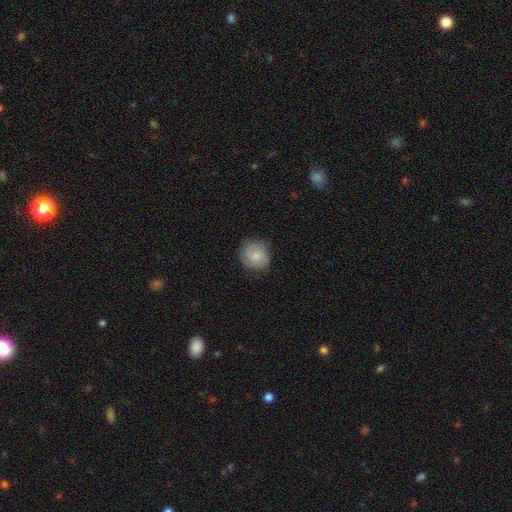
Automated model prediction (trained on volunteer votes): Q: Smooth or featured?
A: smooth (52%); runner-up: featured or disk (41%)
Q: How rounded?
A: round (87%); runner-up: in between (12%)
Q: Merging?
A: none (75%); runner-up: minor disturbance (19%)